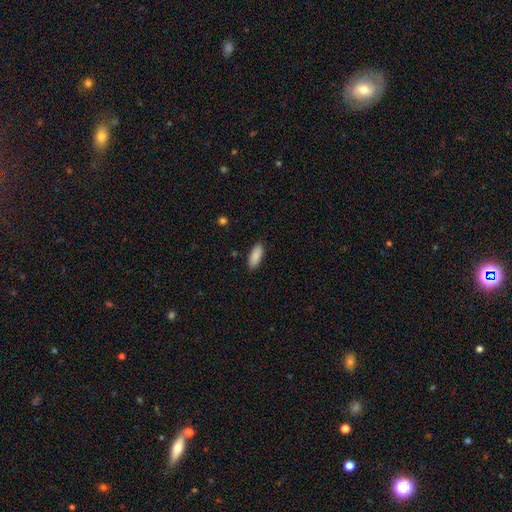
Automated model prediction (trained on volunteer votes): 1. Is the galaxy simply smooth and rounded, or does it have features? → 89% smooth, 6% star or artifact, 5% featured or disk.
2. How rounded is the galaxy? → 76% in between, 23% cigar-shaped, 2% round.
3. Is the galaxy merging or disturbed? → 88% none, 9% minor disturbance, 2% major disturbance, 1% merger.